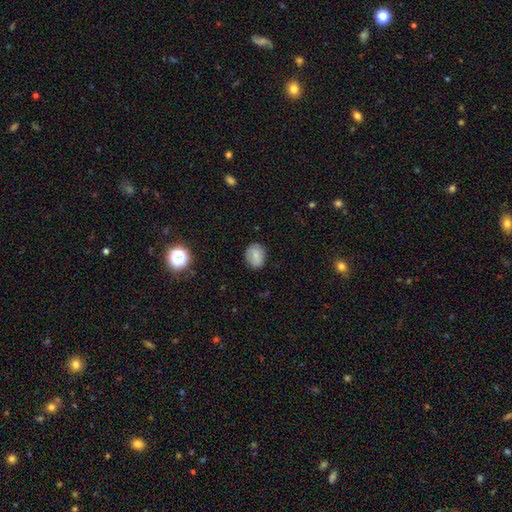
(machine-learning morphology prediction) smooth 79%, featured or disk 11%, star or artifact 10%. Down the decision tree: how rounded — in between (59%); merging — none (80%).